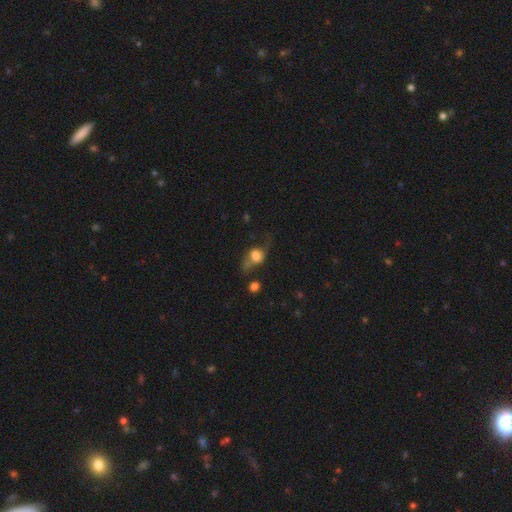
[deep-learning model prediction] Overall: smooth (59%; featured or disk 30%). How rounded: round (49%; in between 47%). Merging: none (37%; major disturbance 30%).